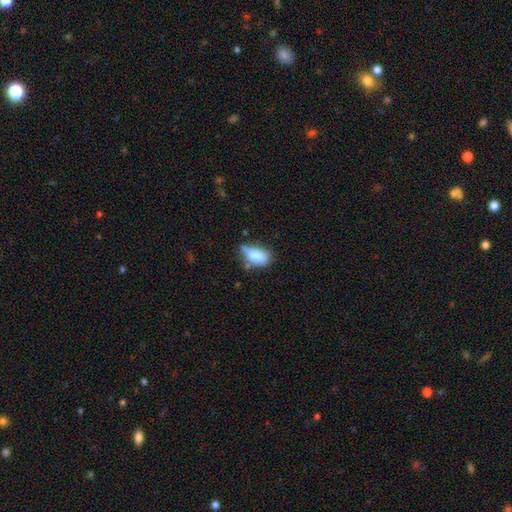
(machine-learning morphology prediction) smooth_or_featured: smooth (p=0.78) [alt: featured or disk p=0.14]
how_rounded: in between (p=0.87) [alt: round p=0.09]
merging: none (p=0.41) [alt: minor disturbance p=0.37]